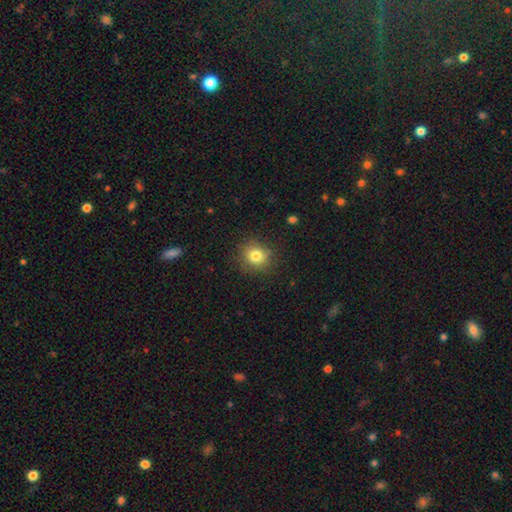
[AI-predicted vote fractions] The model was most divided on "smooth or featured": smooth: 80%, star or artifact: 12%, featured or disk: 8%. More confident: how rounded — round (86%); merging — none (83%).